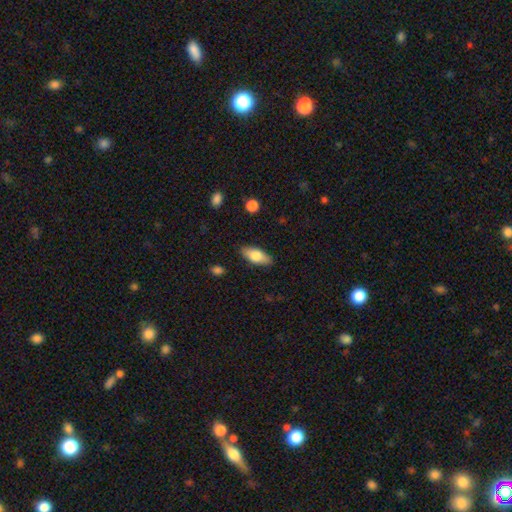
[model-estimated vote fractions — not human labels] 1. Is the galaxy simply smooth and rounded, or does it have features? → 74% smooth, 20% featured or disk, 6% star or artifact.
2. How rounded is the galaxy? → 83% in between, 15% cigar-shaped, 3% round.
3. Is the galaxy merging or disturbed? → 87% none, 10% minor disturbance, 2% major disturbance, 1% merger.